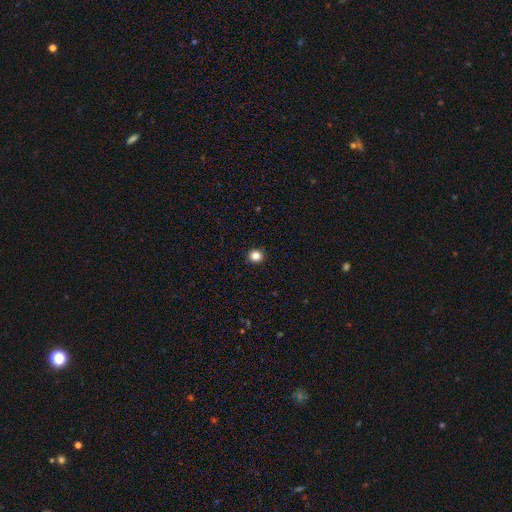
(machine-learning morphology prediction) smooth_or_featured: smooth (p=0.83) [alt: star or artifact p=0.12]
how_rounded: round (p=0.92) [alt: in between p=0.07]
merging: none (p=0.93) [alt: minor disturbance p=0.05]